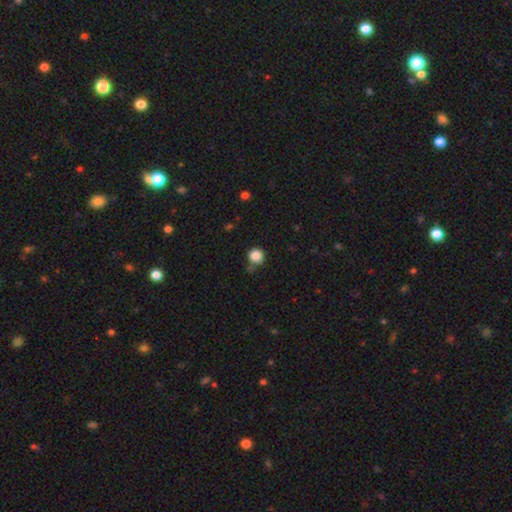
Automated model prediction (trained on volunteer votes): Smooth or featured: smooth — 86% (star or artifact — 11%)
How rounded: round — 93% (in between — 6%)
Merging: none — 77% (minor disturbance — 13%)